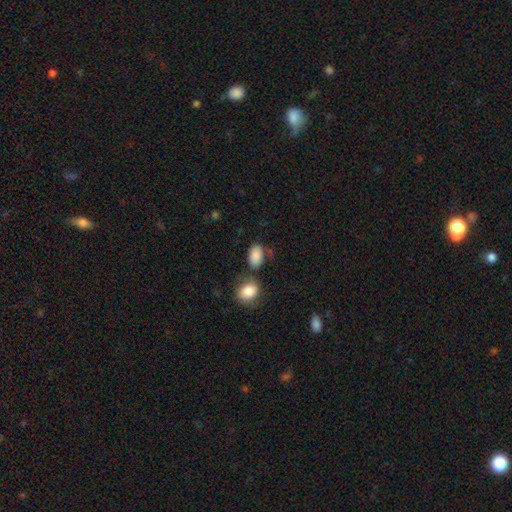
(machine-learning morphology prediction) Smooth or featured: smooth — 87% (star or artifact — 7%)
How rounded: in between — 90% (round — 9%)
Merging: none — 57% (merger — 18%)